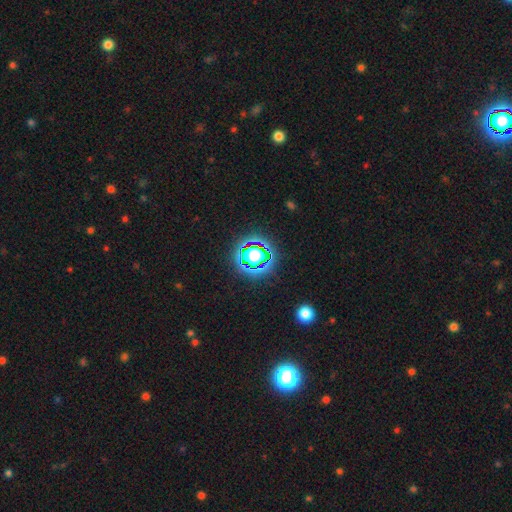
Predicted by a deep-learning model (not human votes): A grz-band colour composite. It shows a star or artifact, not a galaxy (77%).